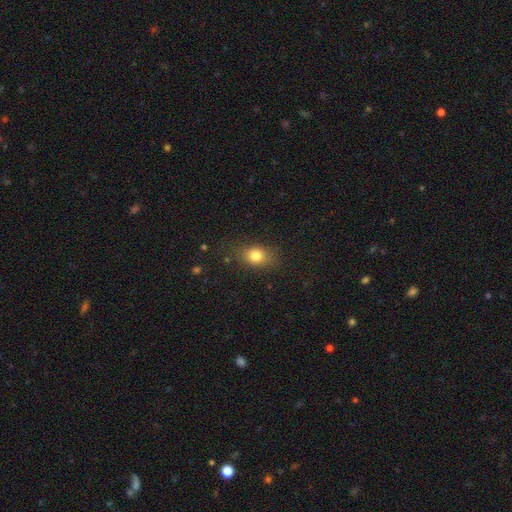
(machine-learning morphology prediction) Q: Smooth or featured?
A: smooth (80%); runner-up: star or artifact (11%)
Q: How rounded?
A: in between (63%); runner-up: round (34%)
Q: Merging?
A: none (78%); runner-up: minor disturbance (16%)